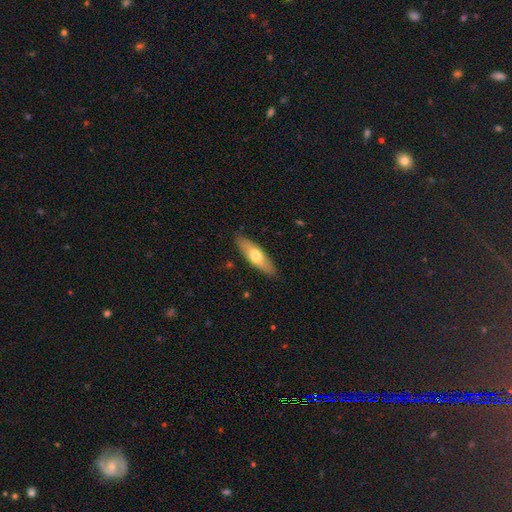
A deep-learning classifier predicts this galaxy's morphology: smooth-or-featured: smooth: 61% | featured or disk: 33% | star or artifact: 5%
  how-rounded: cigar-shaped: 52% | in between: 46% | round: 2%
  merging: none: 88% | minor disturbance: 9% | major disturbance: 2% | merger: 1%